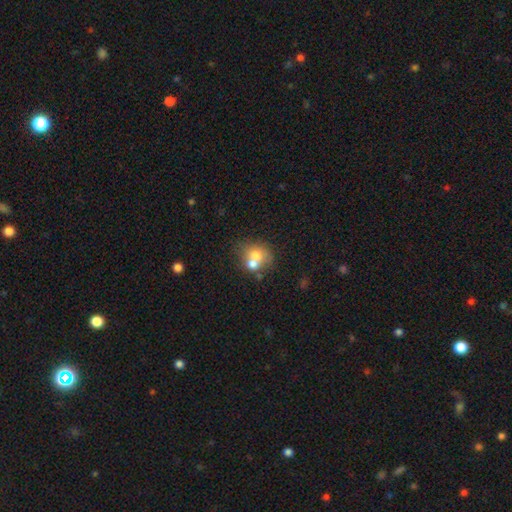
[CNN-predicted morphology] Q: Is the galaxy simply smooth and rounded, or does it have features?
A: smooth — 65%.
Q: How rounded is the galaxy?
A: round — 62%.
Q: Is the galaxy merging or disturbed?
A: merger — 58%.